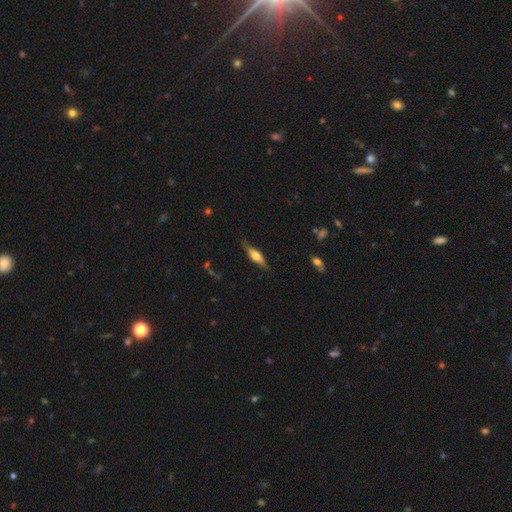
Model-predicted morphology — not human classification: smooth-or-featured: smooth: 47% (tied) | featured or disk: 47% (tied) | star or artifact: 6%
  merging: none: 78% | minor disturbance: 17% | major disturbance: 3% | merger: 1%